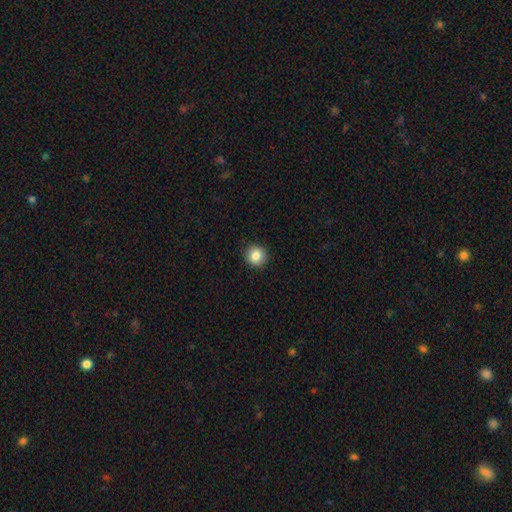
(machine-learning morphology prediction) Smooth or featured: smooth — 86% (star or artifact — 9%)
How rounded: round — 93% (in between — 6%)
Merging: none — 92% (minor disturbance — 5%)